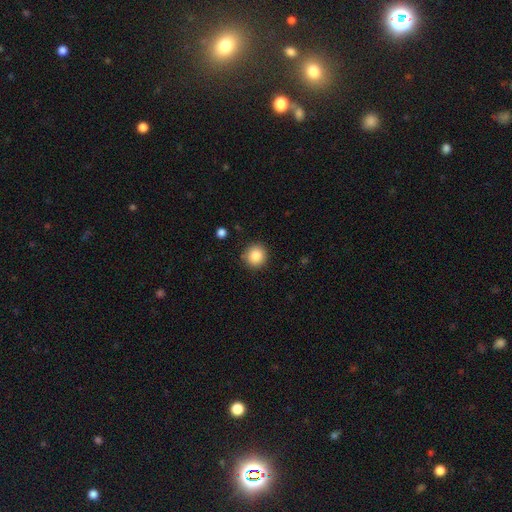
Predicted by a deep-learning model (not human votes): Smooth or featured?
  - smooth: 86% *
  - star or artifact: 9%
  - featured or disk: 4%
How rounded?
  - round: 92% *
  - in between: 7%
  - cigar-shaped: 1%
Merging?
  - none: 88% *
  - minor disturbance: 9%
  - major disturbance: 2%
  - merger: 2%